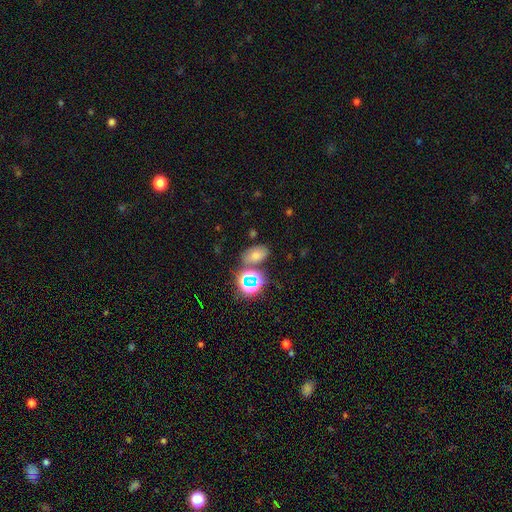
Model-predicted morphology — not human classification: A smooth galaxy with no disk features (63%) that is in between round and cigar-shaped (83%).

Vote fractions:
- Smooth or featured? smooth: 63% / star or artifact: 26% / featured or disk: 11%
- How rounded? in between: 83% / round: 15% / cigar-shaped: 2%
- Merging? none: 67% / minor disturbance: 14% / merger: 14% / major disturbance: 5%